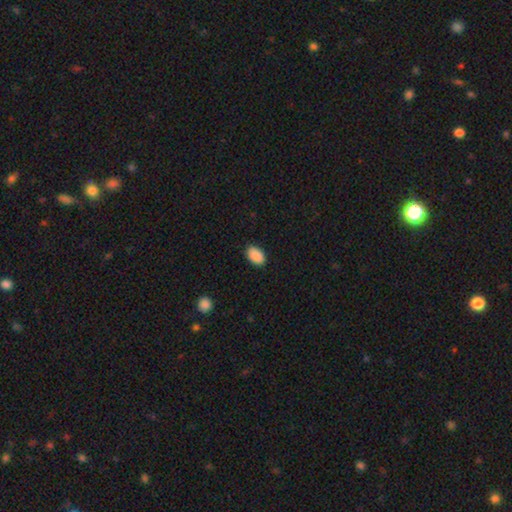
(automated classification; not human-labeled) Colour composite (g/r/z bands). It shows a smooth galaxy with no disk features (90%) that is in between round and cigar-shaped (91%). Merging: none (88%).